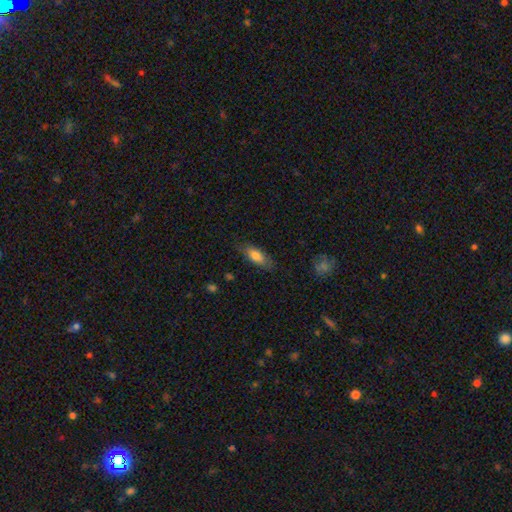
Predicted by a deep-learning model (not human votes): This appears to be a smooth galaxy with no disk features (76%) that is in between round and cigar-shaped (75%). Merging: none (77%).